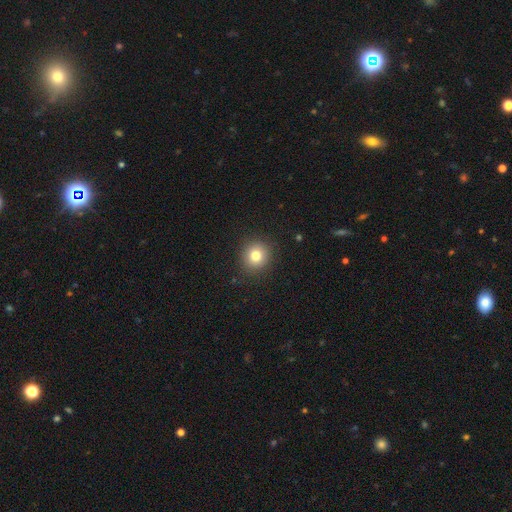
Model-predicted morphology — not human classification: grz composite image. It shows a smooth galaxy with no disk features (80%) that is round (89%). Merging: none (90%).